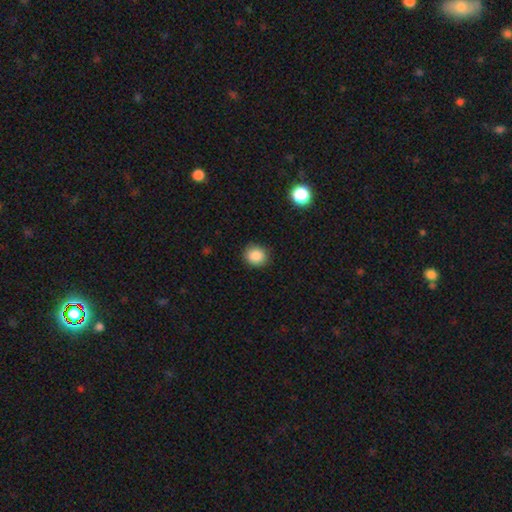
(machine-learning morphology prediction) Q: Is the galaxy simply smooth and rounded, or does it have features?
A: smooth — 87%.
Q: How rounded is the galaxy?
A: round — 82%.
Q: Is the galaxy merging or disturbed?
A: none — 88%.